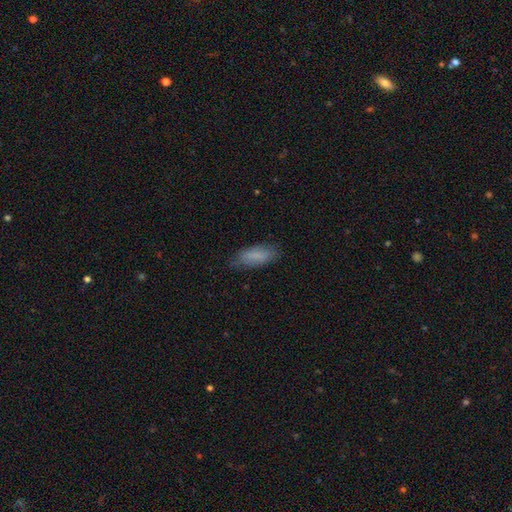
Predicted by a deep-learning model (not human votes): A smooth galaxy with no disk features (80%) that is in between round and cigar-shaped (72%).

Vote fractions:
- Smooth or featured? smooth: 80% / featured or disk: 13% / star or artifact: 7%
- How rounded? in between: 72% / cigar-shaped: 26% / round: 2%
- Merging? none: 73% / minor disturbance: 20% / major disturbance: 5% / merger: 1%